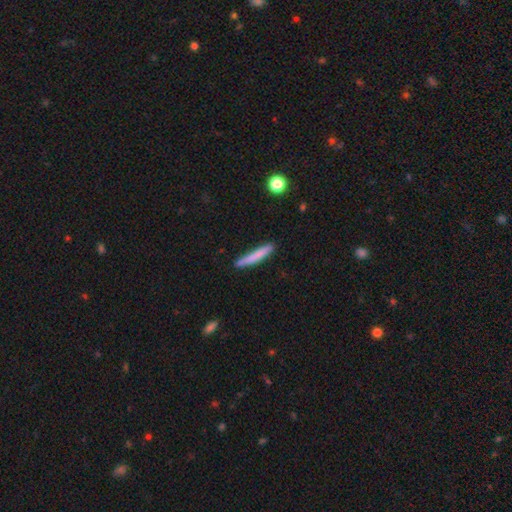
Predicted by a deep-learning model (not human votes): Smooth or featured: smooth — 75% (featured or disk — 19%)
How rounded: cigar-shaped — 95% (in between — 4%)
Merging: none — 81% (minor disturbance — 14%)